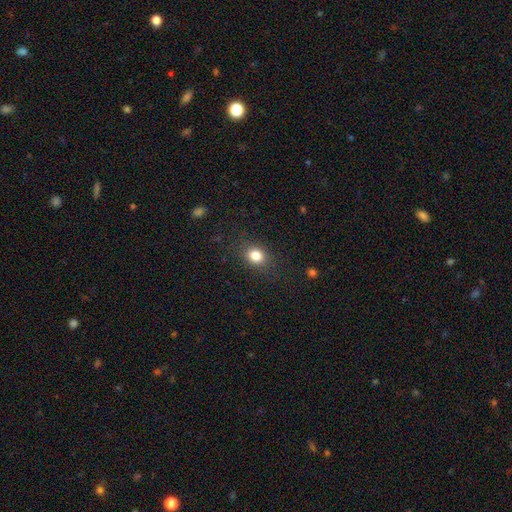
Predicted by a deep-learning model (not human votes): A smooth galaxy with no disk features (83%) that is round (56%). Merging: none (84%).